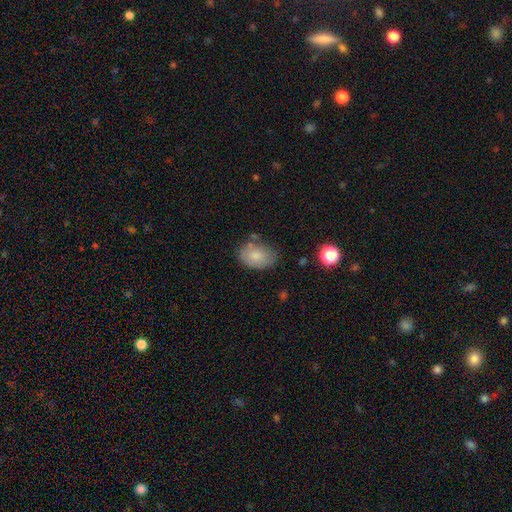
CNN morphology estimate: Smooth or featured? Predicted: smooth (p=0.81). How rounded? Predicted: in between (p=0.83). Merging? Predicted: none (p=0.67).